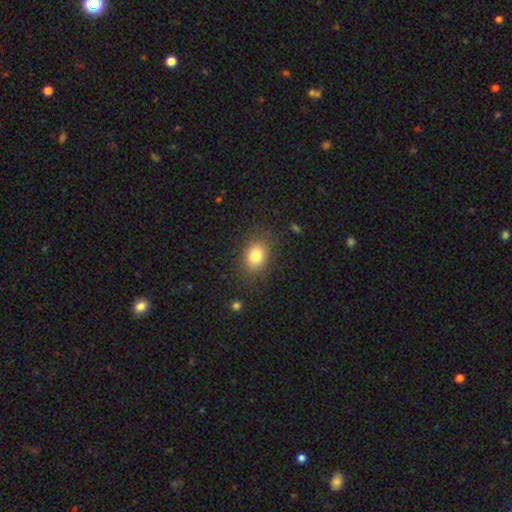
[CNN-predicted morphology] Smooth or featured: smooth — 82% (star or artifact — 10%)
How rounded: in between — 63% (round — 36%)
Merging: none — 82% (minor disturbance — 12%)